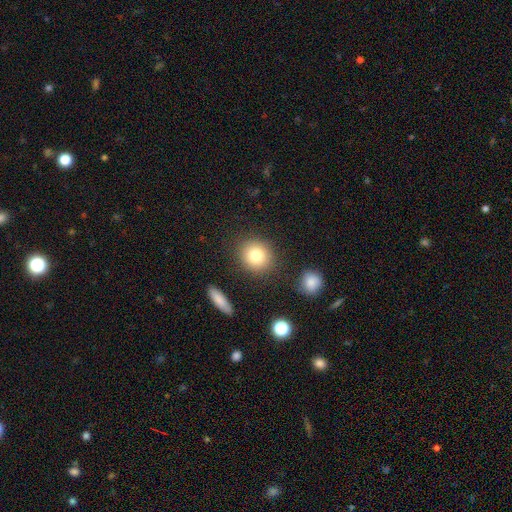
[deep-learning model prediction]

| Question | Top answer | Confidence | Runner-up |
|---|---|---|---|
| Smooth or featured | smooth | 81% | star or artifact (9%) |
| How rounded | round | 82% | in between (17%) |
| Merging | none | 85% | minor disturbance (8%) |